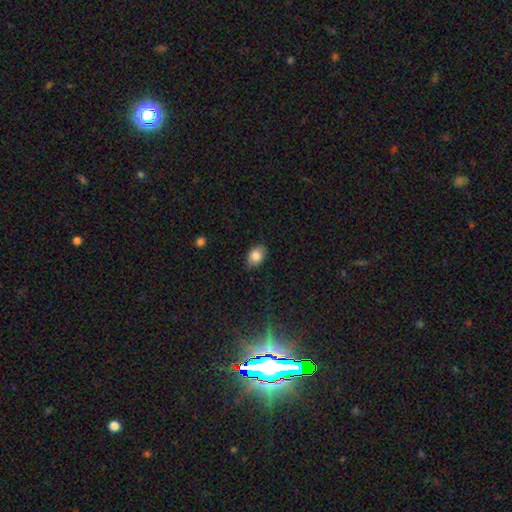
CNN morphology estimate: This is clearly a smooth galaxy (82%). How rounded: clearly in between (82%). Merging: clearly none (82%).